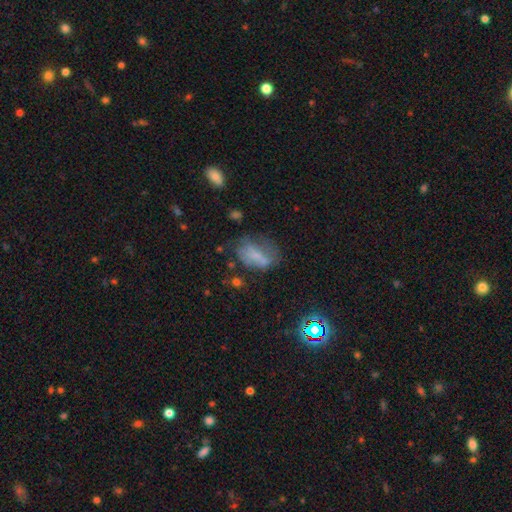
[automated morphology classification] Smooth or featured? smooth (52%)
How rounded? in between (80%)
Merging? none (39%)